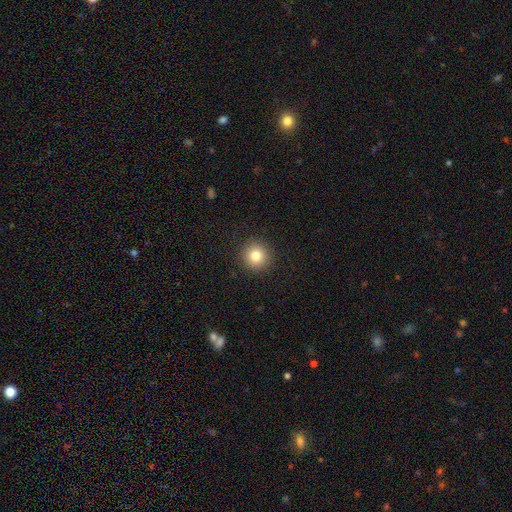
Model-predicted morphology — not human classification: smooth 82%, star or artifact 11%, featured or disk 7%. Down the decision tree: how rounded — round (94%); merging — none (92%).